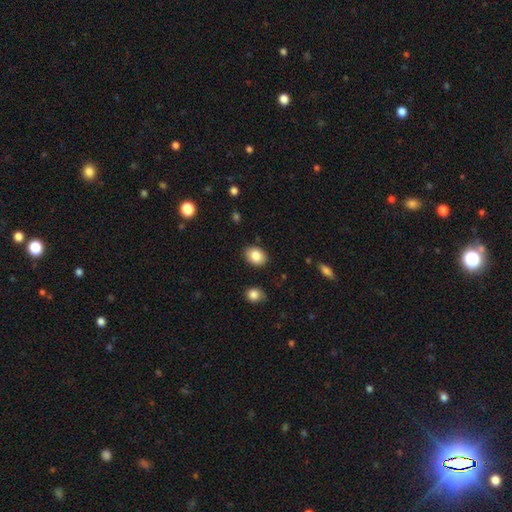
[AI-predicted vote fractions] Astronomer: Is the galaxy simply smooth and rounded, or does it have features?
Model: smooth — 85%.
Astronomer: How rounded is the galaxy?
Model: in between — 66%.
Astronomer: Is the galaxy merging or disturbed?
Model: none — 88%.